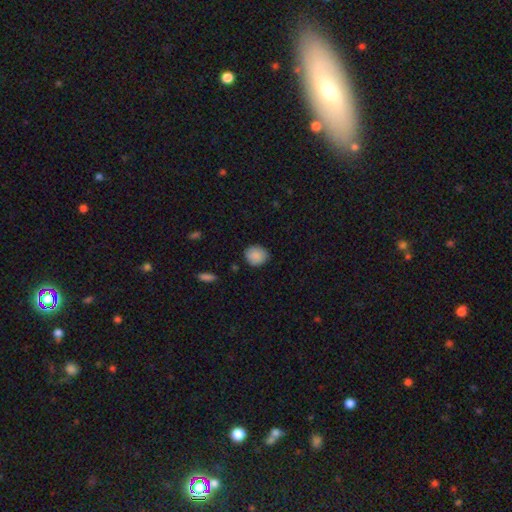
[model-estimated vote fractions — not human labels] A smooth galaxy with no disk features (89%) that is round (80%).

Vote fractions:
- Smooth or featured? smooth: 89% / star or artifact: 8% / featured or disk: 4%
- How rounded? round: 80% / in between: 19% / cigar-shaped: 1%
- Merging? none: 84% / minor disturbance: 12% / major disturbance: 2% / merger: 1%